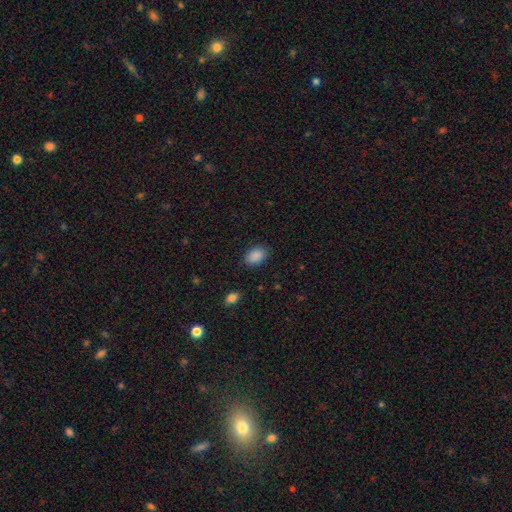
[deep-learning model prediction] smooth_or_featured: smooth (p=0.89) [alt: star or artifact p=0.08]
how_rounded: in between (p=0.82) [alt: round p=0.17]
merging: none (p=0.86) [alt: minor disturbance p=0.10]